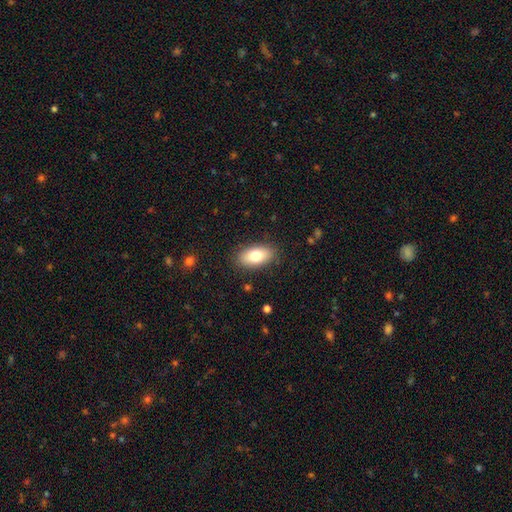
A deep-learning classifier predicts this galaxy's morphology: This is likely a smooth galaxy (78%). How rounded: clearly in between (90%). Merging: clearly none (86%).